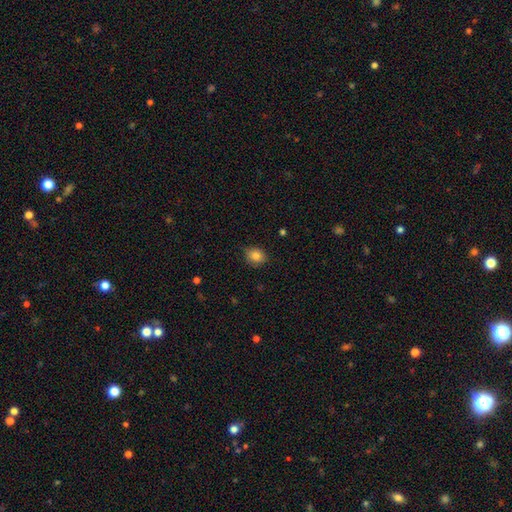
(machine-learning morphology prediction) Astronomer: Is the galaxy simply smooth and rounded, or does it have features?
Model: smooth — 83%.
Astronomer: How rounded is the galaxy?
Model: round — 57% (runner-up: in between, 42%).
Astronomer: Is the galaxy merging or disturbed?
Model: none — 84%.